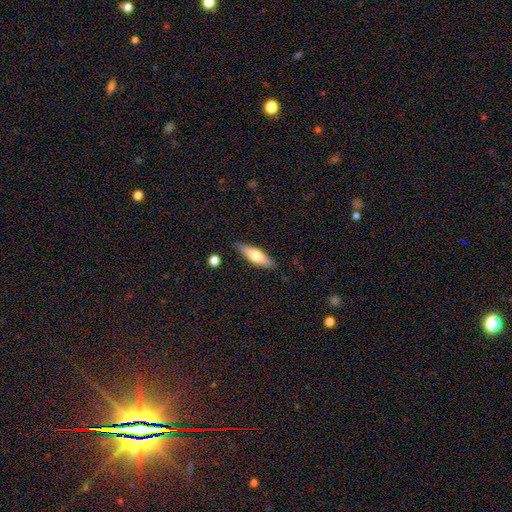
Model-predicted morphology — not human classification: A smooth galaxy with no disk features (62%) that is cigar-shaped (52%).

Vote fractions:
- Smooth or featured? smooth: 62% / featured or disk: 33% / star or artifact: 6%
- How rounded? cigar-shaped: 52% / in between: 46% / round: 2%
- Merging? none: 85% / minor disturbance: 11% / major disturbance: 2% / merger: 2%